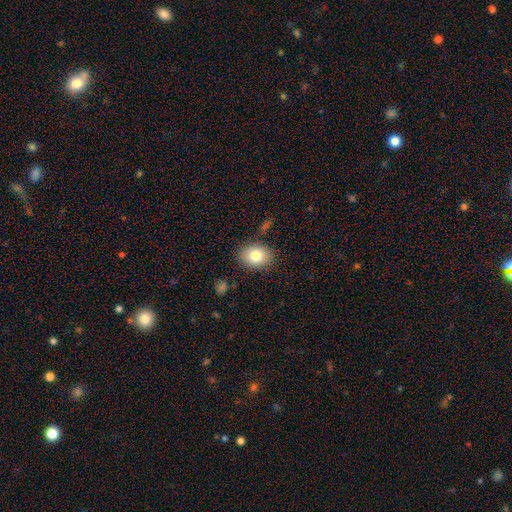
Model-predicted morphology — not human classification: Overall: smooth (81%). How rounded: in between (60%; round 39%). Merging: none (84%).